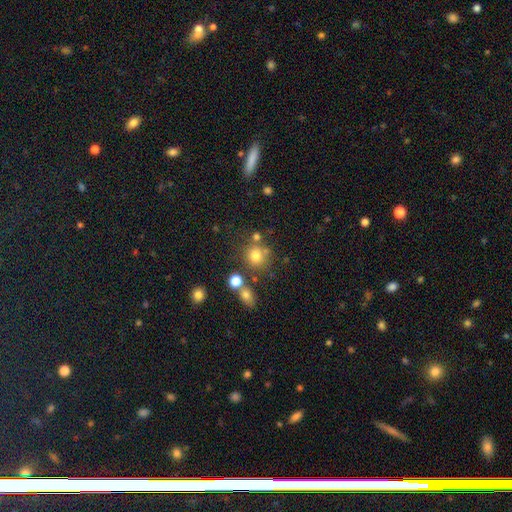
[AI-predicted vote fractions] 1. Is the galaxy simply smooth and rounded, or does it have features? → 75% smooth, 16% star or artifact, 10% featured or disk.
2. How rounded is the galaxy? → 87% round, 12% in between, 1% cigar-shaped.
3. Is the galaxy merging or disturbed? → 66% none, 16% merger, 12% minor disturbance, 5% major disturbance.